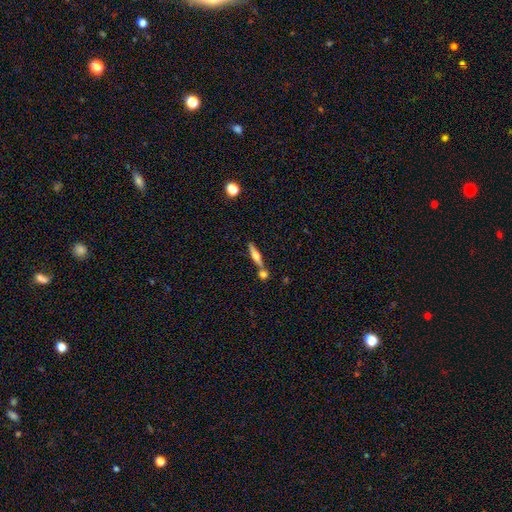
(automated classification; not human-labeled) featured or disk 55%, smooth 38%, star or artifact 7%. Down the decision tree: edge-on disk — yes (95%); edge-on bulge — rounded (89%); merging — none (63%).